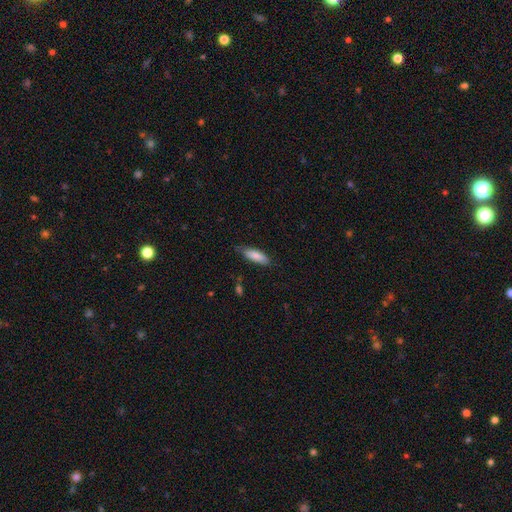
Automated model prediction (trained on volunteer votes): The model was most divided on "how rounded": in between: 51%, cigar-shaped: 48%, round: 2%. More confident: smooth or featured — smooth (82%); merging — none (75%).